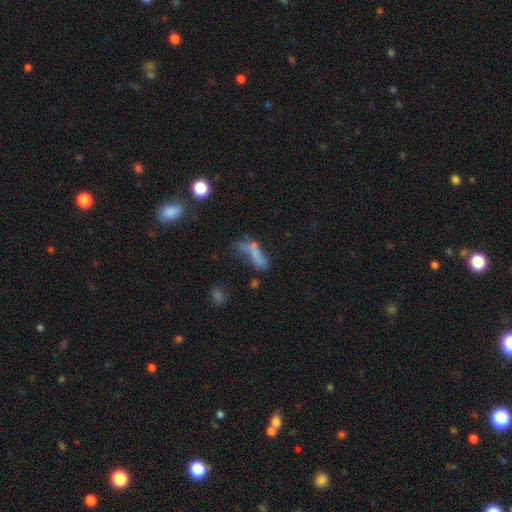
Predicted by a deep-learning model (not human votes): A smooth galaxy with no disk features (53%) that is in between round and cigar-shaped (50%). Merging: none (28%).